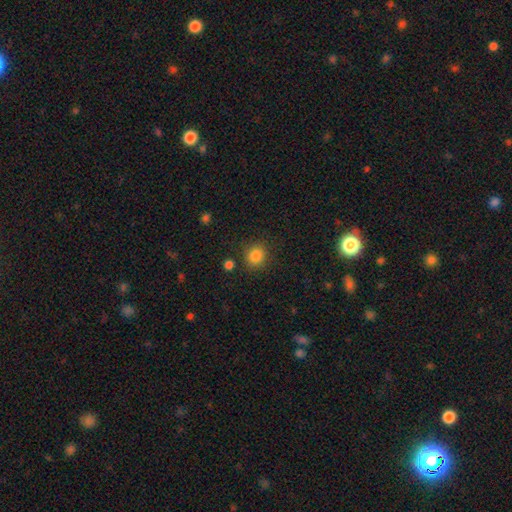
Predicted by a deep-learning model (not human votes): Morphology: type=smooth (84%); roundness=round (81%); merging=none (83%).